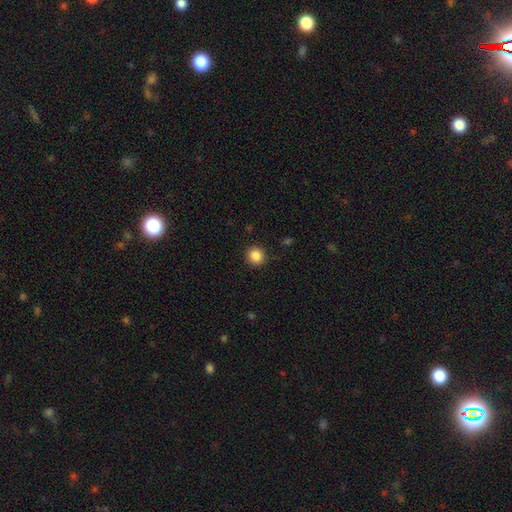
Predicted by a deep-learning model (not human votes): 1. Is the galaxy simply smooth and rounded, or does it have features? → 86% smooth, 10% star or artifact, 4% featured or disk.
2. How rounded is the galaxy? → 90% round, 9% in between, 1% cigar-shaped.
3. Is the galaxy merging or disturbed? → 91% none, 6% minor disturbance, 2% major disturbance, 1% merger.